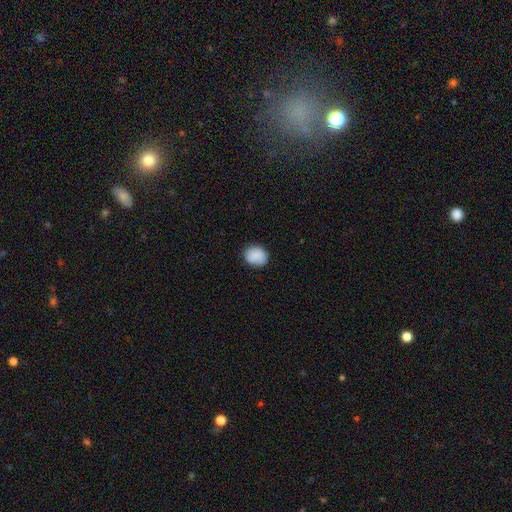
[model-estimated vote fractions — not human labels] Morphology: type=smooth (87%); roundness=round (64%); merging=none (80%).